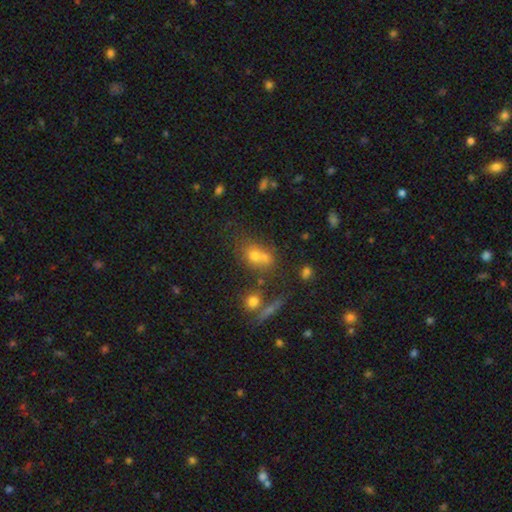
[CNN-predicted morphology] Smooth or featured? Predicted: smooth (p=0.62). How rounded? Predicted: round (p=0.51). Merging? Predicted: merger (p=0.50).